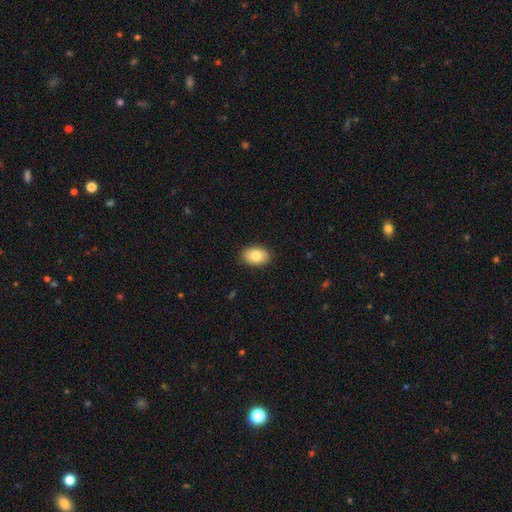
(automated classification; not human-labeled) This appears to be a smooth galaxy with no disk features (82%) that is in between round and cigar-shaped (86%). Merging: none (89%).